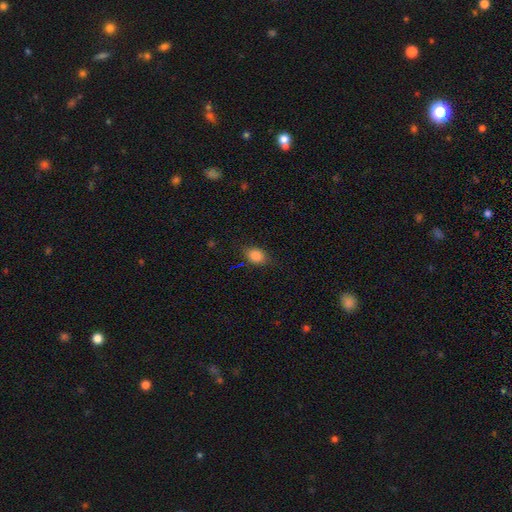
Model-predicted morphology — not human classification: Smooth or featured: smooth — 84% (star or artifact — 10%)
How rounded: in between — 69% (round — 30%)
Merging: none — 78% (minor disturbance — 17%)